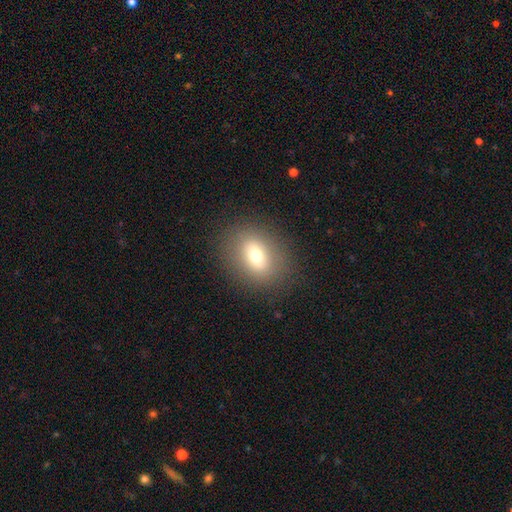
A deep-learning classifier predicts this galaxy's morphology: smooth 68%, featured or disk 21%, star or artifact 11%. Down the decision tree: how rounded — in between (65%); merging — none (86%).